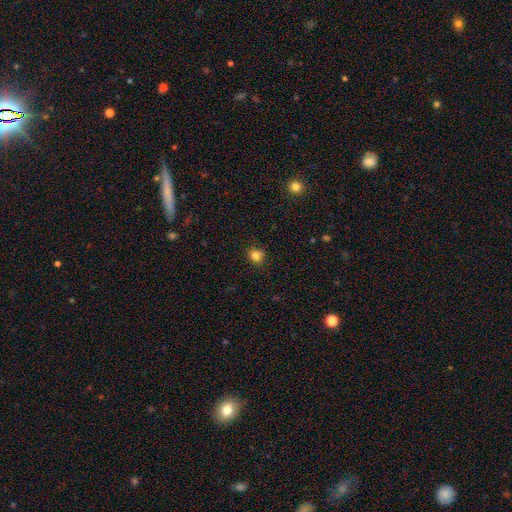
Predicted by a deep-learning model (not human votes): smooth-or-featured: smooth: 83% | star or artifact: 12% | featured or disk: 4%
  how-rounded: round: 84% | in between: 15% | cigar-shaped: 1%
  merging: none: 87% | minor disturbance: 10% | major disturbance: 2% | merger: 1%